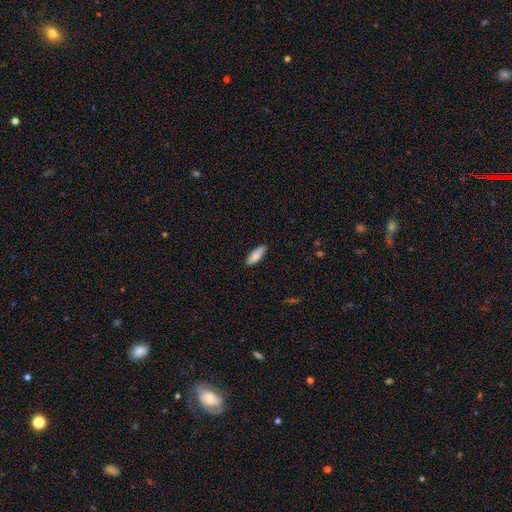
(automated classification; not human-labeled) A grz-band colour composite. It shows a smooth galaxy with no disk features (82%) that is in between round and cigar-shaped (63%). Merging: none (88%).